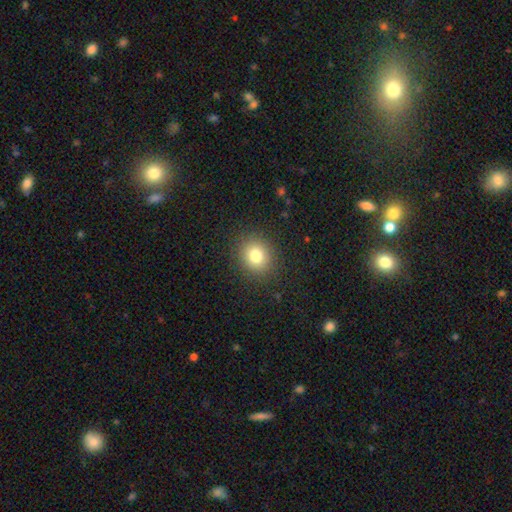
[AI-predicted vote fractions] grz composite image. It shows a smooth galaxy with no disk features (79%) that is round (78%). Merging: none (89%).